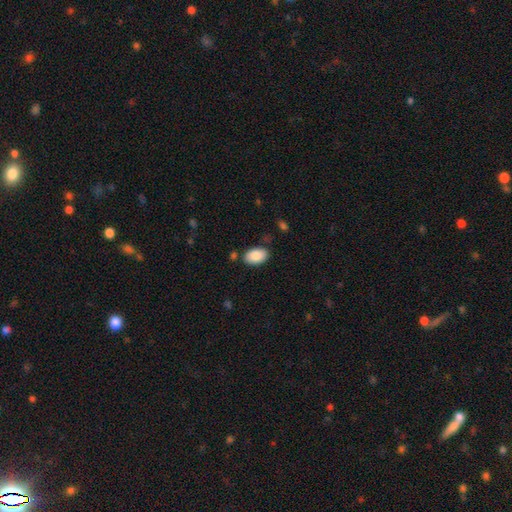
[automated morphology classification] The model was most divided on "merging": none: 82%, minor disturbance: 12%, merger: 3%, major disturbance: 3%. More confident: how rounded — in between (93%); smooth or featured — smooth (88%).